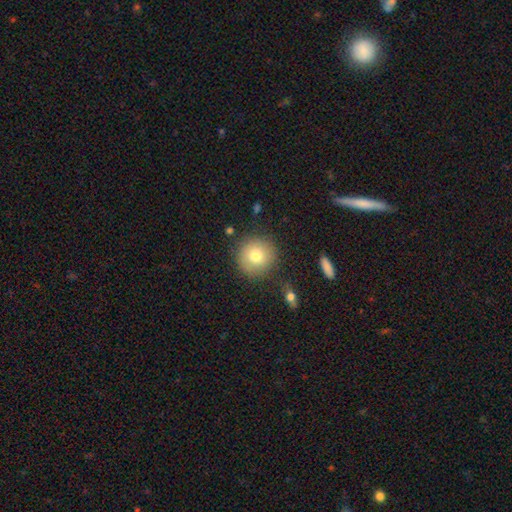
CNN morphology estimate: This is likely a smooth galaxy (77%). How rounded: clearly round (94%). Merging: clearly none (85%).